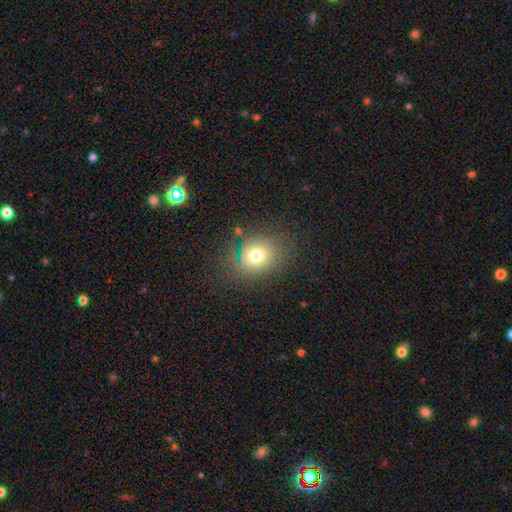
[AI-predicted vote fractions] smooth-or-featured: smooth: 71% | star or artifact: 16% | featured or disk: 12%
  how-rounded: round: 66% | in between: 33% | cigar-shaped: 1%
  merging: none: 75% | minor disturbance: 15% | major disturbance: 8% | merger: 2%